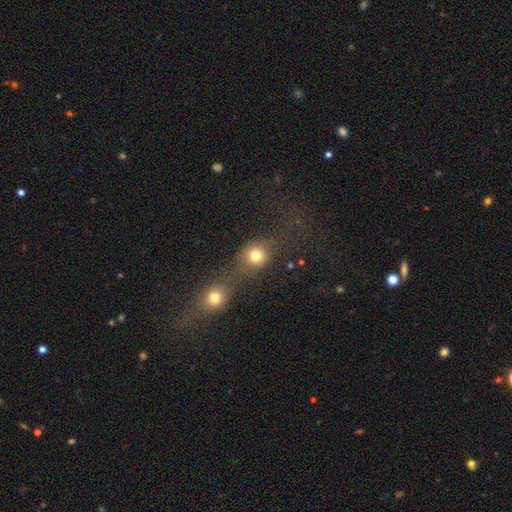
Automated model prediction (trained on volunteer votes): smooth 79%, star or artifact 13%, featured or disk 8%. Down the decision tree: how rounded — round (81%); merging — none (45%).